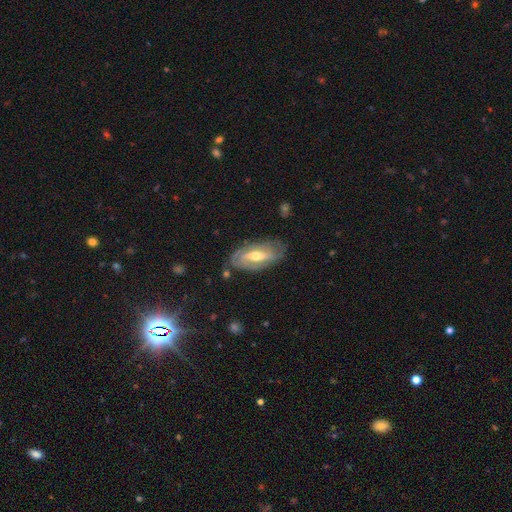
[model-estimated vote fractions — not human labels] Q: Smooth or featured?
A: featured or disk (72%); runner-up: smooth (22%)
Q: Edge-on disk?
A: no (87%); runner-up: yes (13%)
Q: Bar?
A: weak (36%); runner-up: strong (34%)
Q: Spiral arms?
A: yes (75%); runner-up: no (25%)
Q: Bulge size?
A: moderate (64%); runner-up: small (29%)
Q: Merging?
A: none (72%); runner-up: minor disturbance (19%)